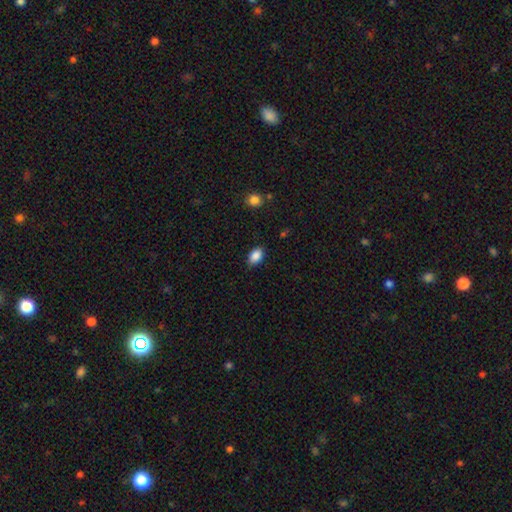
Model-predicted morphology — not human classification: Smooth or featured: smooth — 88% (star or artifact — 8%)
How rounded: in between — 88% (round — 10%)
Merging: none — 85% (minor disturbance — 12%)